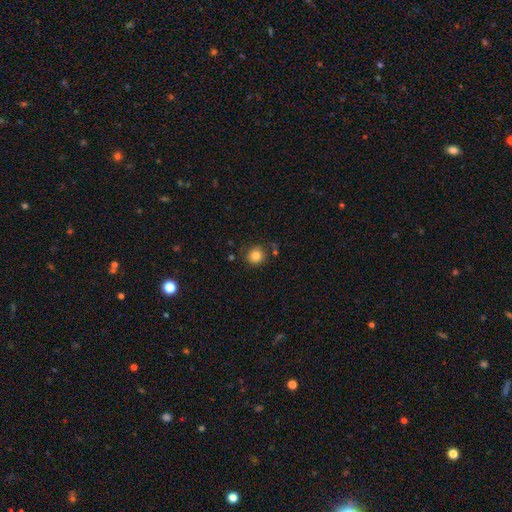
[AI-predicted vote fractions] Overall: smooth (83%). How rounded: round (92%). Merging: none (81%).